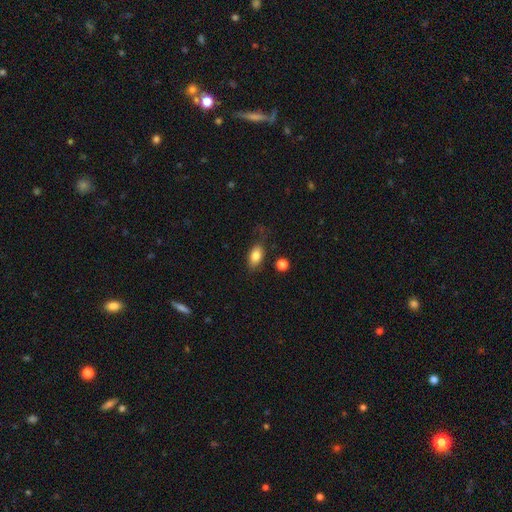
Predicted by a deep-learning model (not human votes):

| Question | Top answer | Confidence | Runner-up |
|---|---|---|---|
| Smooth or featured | smooth | 82% | featured or disk (10%) |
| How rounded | in between | 88% | round (8%) |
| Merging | none | 72% | minor disturbance (18%) |